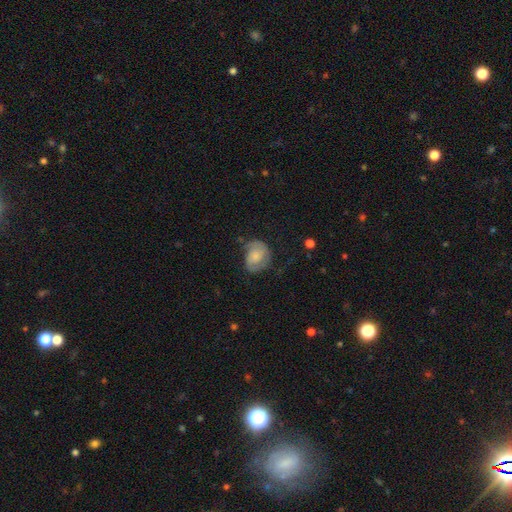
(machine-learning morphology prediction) A featured or disk galaxy (60%) with no bar (68%), 2 (77%) tight (41%, tied with medium) spiral arms (88%) and a small central bulge (34%). Merging: none (57%).